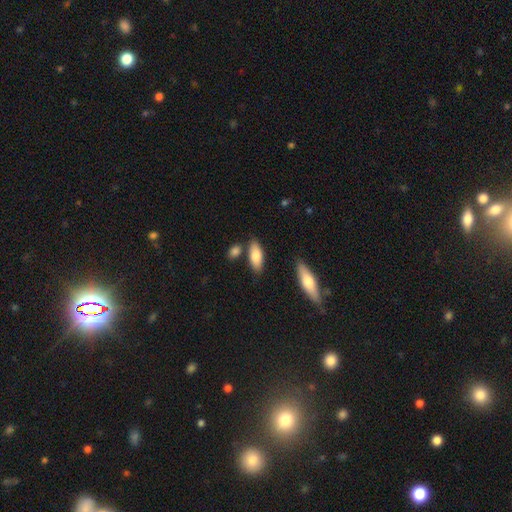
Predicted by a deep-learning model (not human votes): smooth-or-featured: smooth: 82% | featured or disk: 12% | star or artifact: 6%
  how-rounded: in between: 79% | cigar-shaped: 19% | round: 2%
  merging: none: 75% | minor disturbance: 12% | merger: 10% | major disturbance: 3%